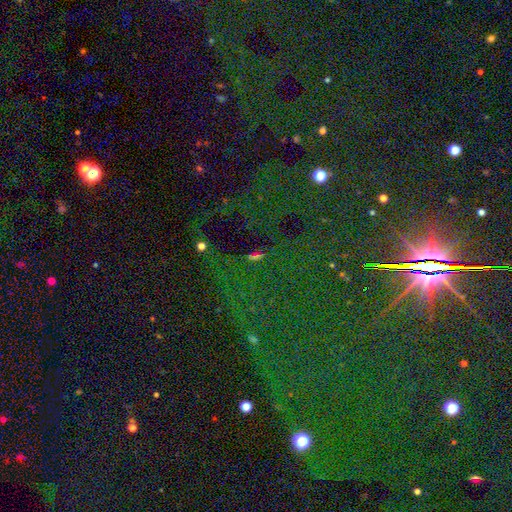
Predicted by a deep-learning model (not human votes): Smooth or featured?
  - star or artifact: 67% *
  - smooth: 21%
  - featured or disk: 12%